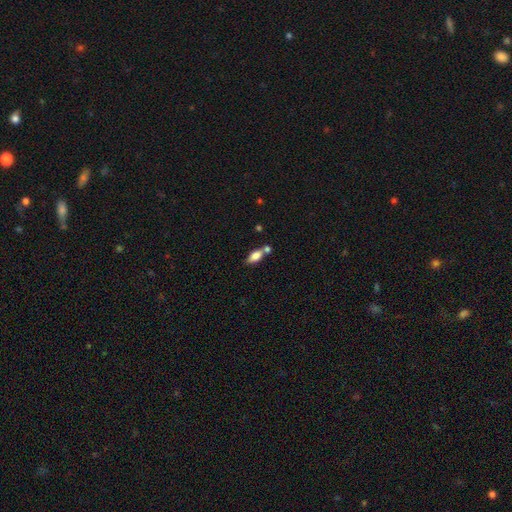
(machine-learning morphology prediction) This is likely a smooth galaxy (78%). How rounded: clearly in between (84%). Merging: possibly none (51%).